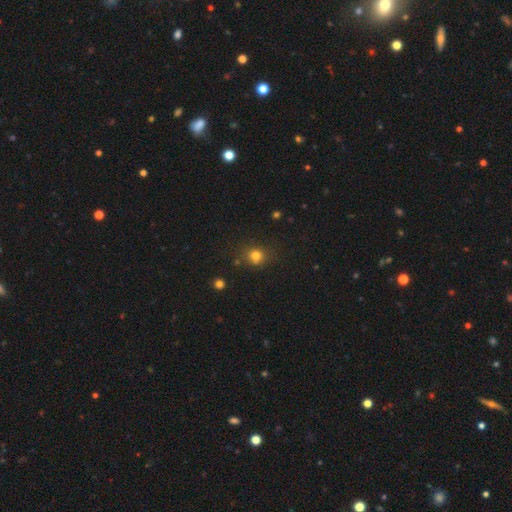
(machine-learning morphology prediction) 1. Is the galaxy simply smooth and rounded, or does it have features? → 76% smooth, 16% star or artifact, 8% featured or disk.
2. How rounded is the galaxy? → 81% round, 18% in between, 1% cigar-shaped.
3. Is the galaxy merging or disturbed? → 72% none, 15% minor disturbance, 8% merger, 5% major disturbance.